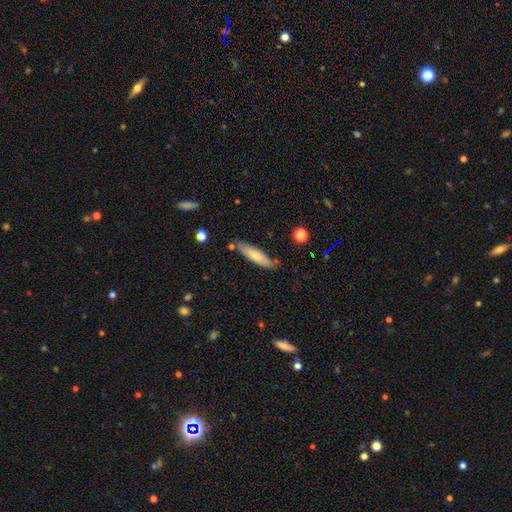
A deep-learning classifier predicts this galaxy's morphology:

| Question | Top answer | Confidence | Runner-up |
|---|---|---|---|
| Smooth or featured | smooth | 67% | featured or disk (27%) |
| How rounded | cigar-shaped | 69% | in between (29%) |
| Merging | none | 78% | minor disturbance (15%) |